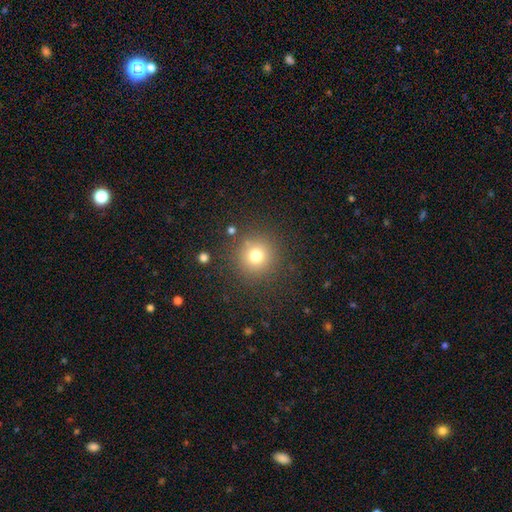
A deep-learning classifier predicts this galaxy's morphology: Smooth or featured? smooth (76%)
How rounded? round (95%)
Merging? none (87%)